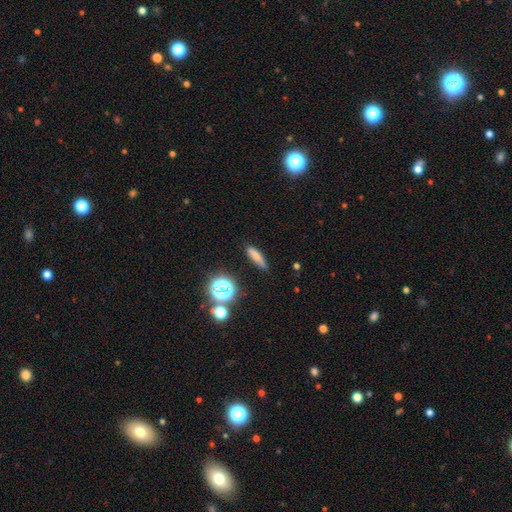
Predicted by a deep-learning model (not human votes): This is likely a smooth galaxy (67%). How rounded: likely cigar-shaped (66%). Merging: clearly none (82%).